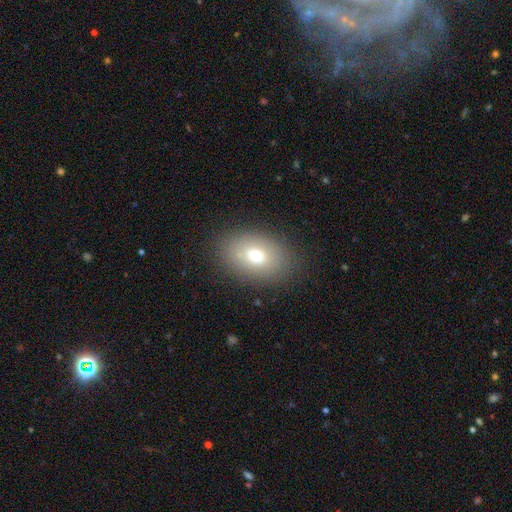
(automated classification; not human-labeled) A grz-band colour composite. It shows a smooth galaxy with no disk features (70%) that is in between round and cigar-shaped (79%). Merging: none (84%).